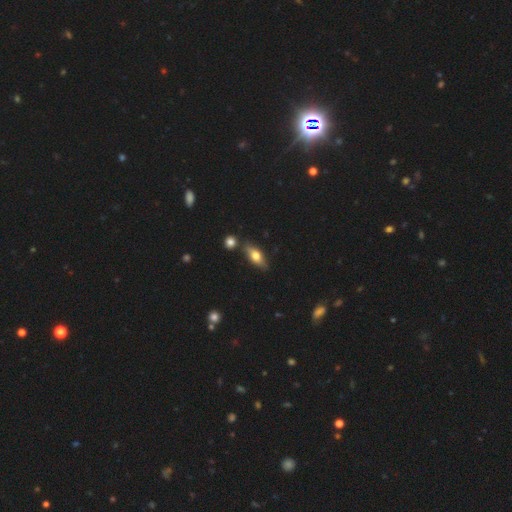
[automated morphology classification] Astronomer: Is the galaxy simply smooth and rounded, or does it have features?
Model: smooth — 57% (runner-up: featured or disk, 36%).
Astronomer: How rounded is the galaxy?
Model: in between — 66%.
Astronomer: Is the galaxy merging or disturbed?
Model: none — 78%.